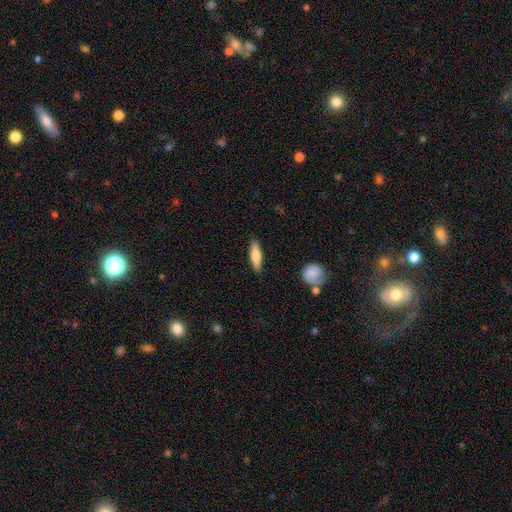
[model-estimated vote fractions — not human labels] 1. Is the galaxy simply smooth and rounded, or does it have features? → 70% smooth, 24% featured or disk, 6% star or artifact.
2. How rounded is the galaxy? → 67% cigar-shaped, 31% in between, 2% round.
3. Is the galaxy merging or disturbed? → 87% none, 9% minor disturbance, 2% major disturbance, 2% merger.